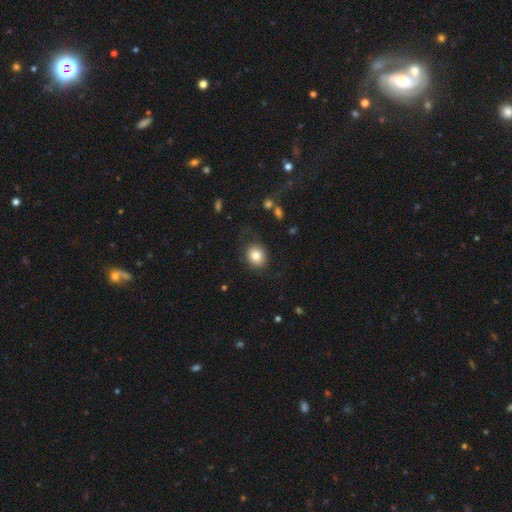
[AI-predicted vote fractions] Smooth or featured?
  - smooth: 81% *
  - featured or disk: 9%
  - star or artifact: 9%
How rounded?
  - round: 66% *
  - in between: 33%
  - cigar-shaped: 1%
Merging?
  - none: 79% *
  - minor disturbance: 13%
  - major disturbance: 6%
  - merger: 2%